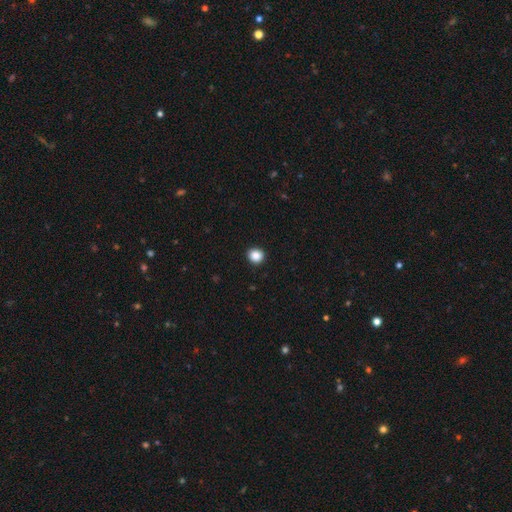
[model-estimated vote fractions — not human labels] Overall: smooth (87%). How rounded: round (88%). Merging: none (93%).